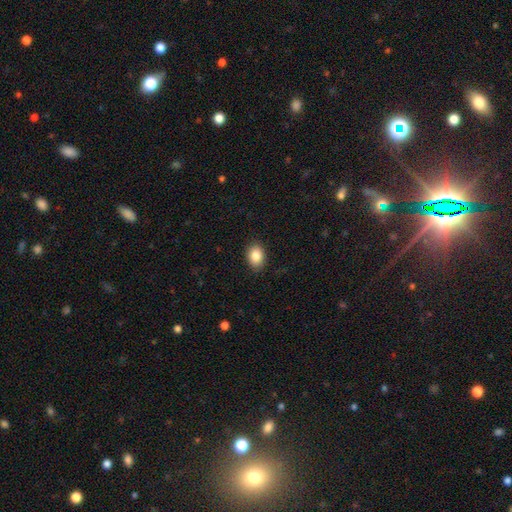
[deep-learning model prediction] Smooth or featured?
  - smooth: 87% *
  - star or artifact: 8%
  - featured or disk: 5%
How rounded?
  - in between: 75% *
  - round: 24%
  - cigar-shaped: 1%
Merging?
  - none: 89% *
  - minor disturbance: 9%
  - major disturbance: 2%
  - merger: 1%